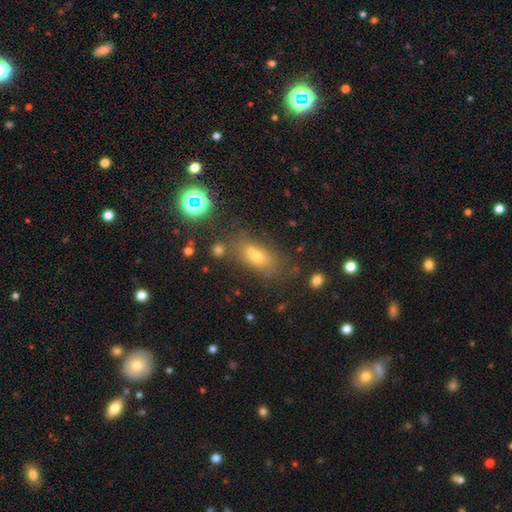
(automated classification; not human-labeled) Smooth or featured? Predicted: smooth (p=0.62). How rounded? Predicted: in between (p=0.74). Merging? Predicted: none (p=0.59).